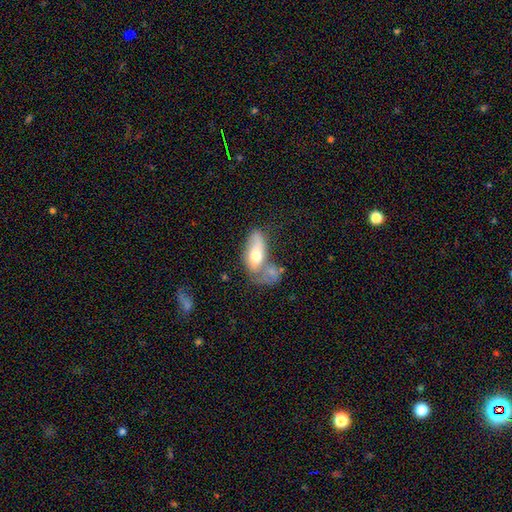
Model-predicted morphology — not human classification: This is possibly a smooth galaxy (59%). How rounded: clearly in between (84%). Merging: marginally merger (43%).